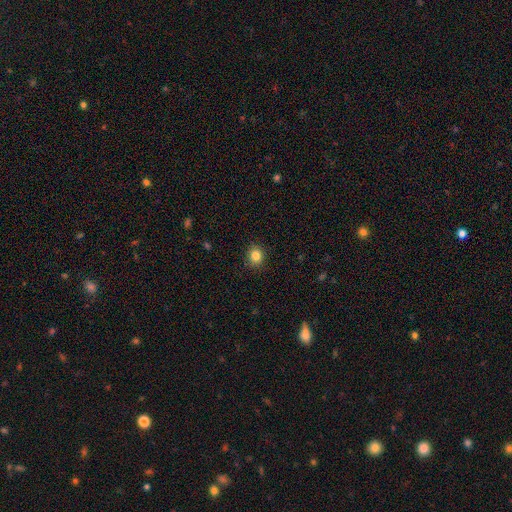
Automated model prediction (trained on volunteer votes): Overall: smooth (84%). How rounded: round (78%). Merging: none (90%).